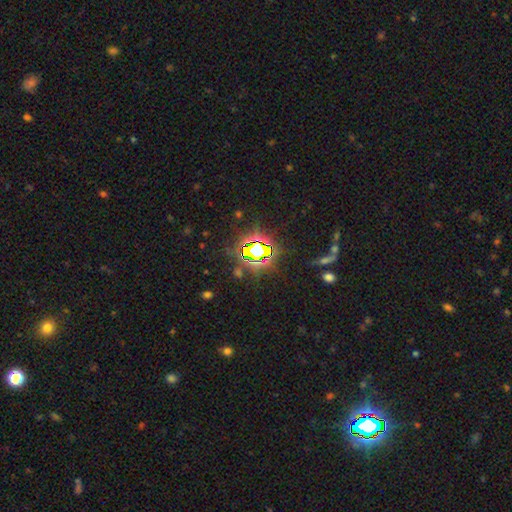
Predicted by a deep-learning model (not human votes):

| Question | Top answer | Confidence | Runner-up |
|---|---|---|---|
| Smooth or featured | star or artifact | 74% | smooth (15%) |